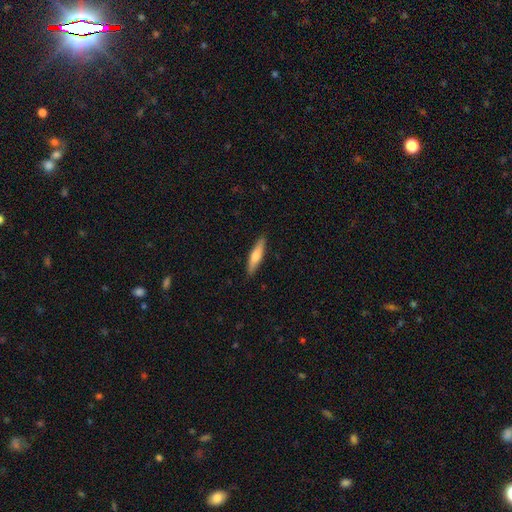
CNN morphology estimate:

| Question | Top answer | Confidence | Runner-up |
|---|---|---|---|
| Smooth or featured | smooth | 64% | featured or disk (31%) |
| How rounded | cigar-shaped | 82% | in between (16%) |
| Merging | none | 89% | minor disturbance (8%) |